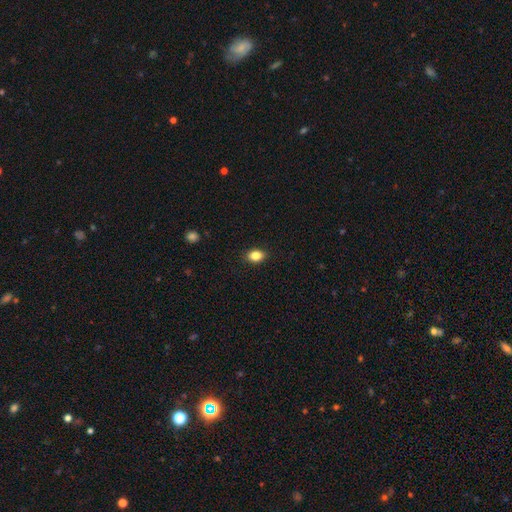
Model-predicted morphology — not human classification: This is clearly a smooth galaxy (85%). How rounded: likely in between (77%). Merging: clearly none (89%).